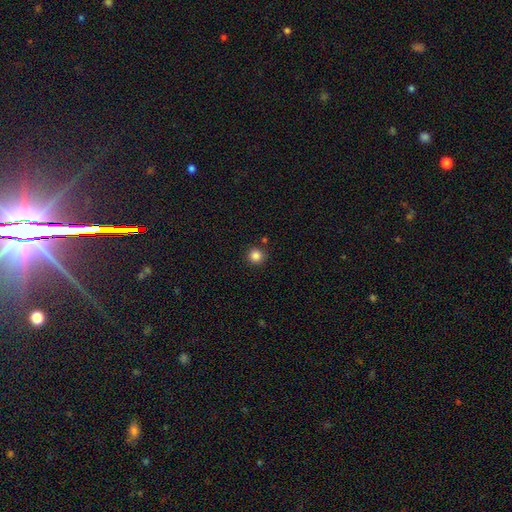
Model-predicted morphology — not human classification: Q: Smooth or featured?
A: smooth (84%); runner-up: star or artifact (12%)
Q: How rounded?
A: round (94%); runner-up: in between (5%)
Q: Merging?
A: none (88%); runner-up: minor disturbance (7%)